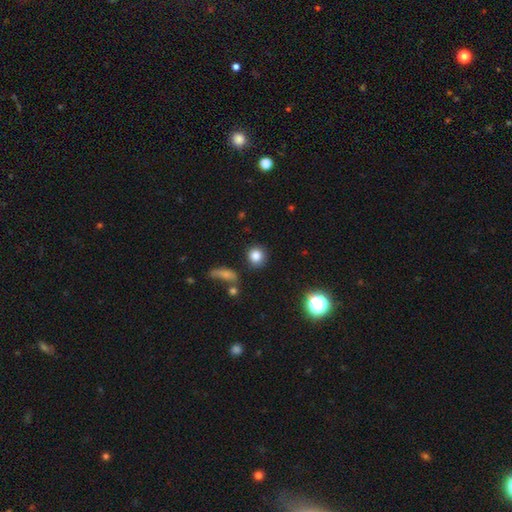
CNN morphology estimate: smooth-or-featured: smooth: 83% | star or artifact: 11% | featured or disk: 6%
  how-rounded: round: 86% | in between: 13% | cigar-shaped: 2%
  merging: none: 81% | minor disturbance: 10% | merger: 5% | major disturbance: 4%